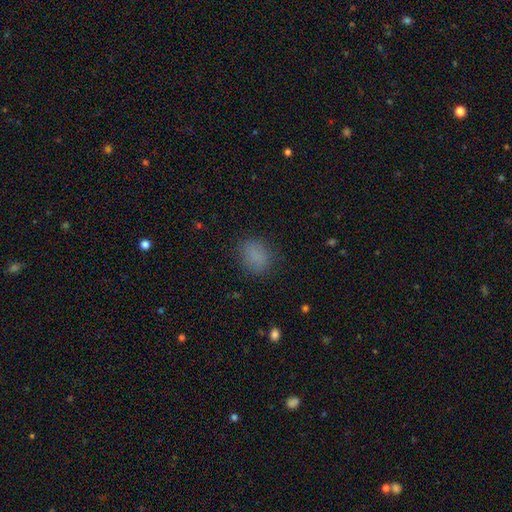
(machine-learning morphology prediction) Smooth or featured? Predicted: smooth (p=0.82). How rounded? Predicted: in between (p=0.55). Merging? Predicted: none (p=0.81).